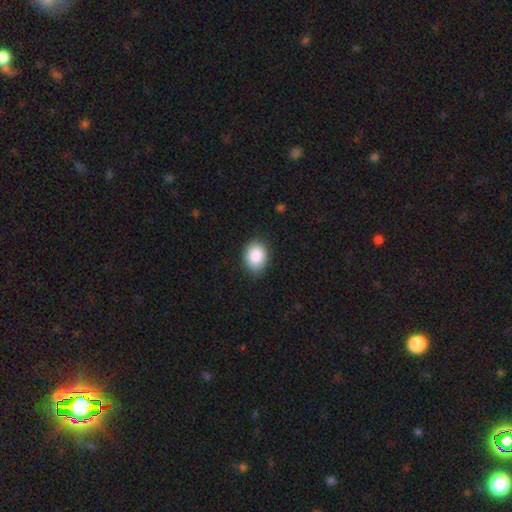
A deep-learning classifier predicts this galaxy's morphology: Overall: smooth (88%). How rounded: in between (70%). Merging: none (84%).